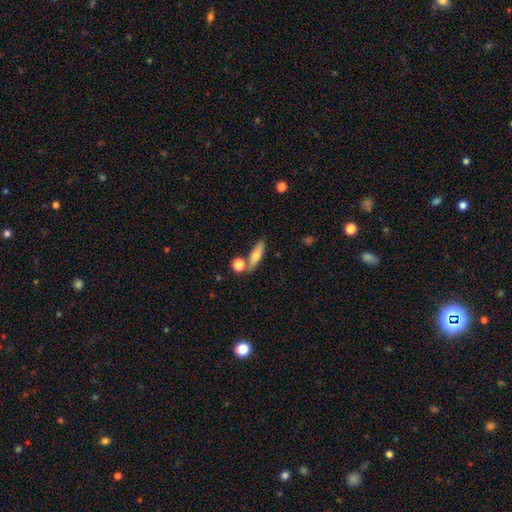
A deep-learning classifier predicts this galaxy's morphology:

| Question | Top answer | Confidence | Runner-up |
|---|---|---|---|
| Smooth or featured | smooth | 67% | featured or disk (26%) |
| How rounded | cigar-shaped | 50% | in between (45%) |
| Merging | none | 68% | merger (16%) |